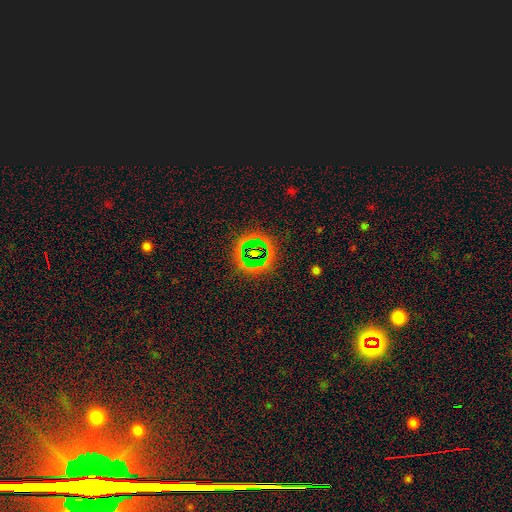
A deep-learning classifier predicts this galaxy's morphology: star or artifact 71%, smooth 16%, featured or disk 13%.